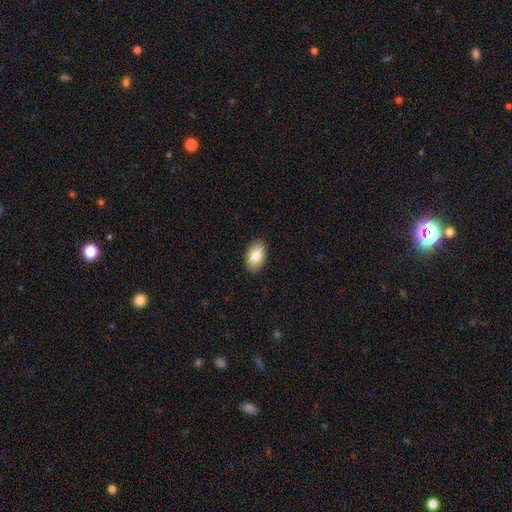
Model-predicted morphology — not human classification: The model was most divided on "smooth or featured": smooth: 81%, featured or disk: 12%, star or artifact: 7%. More confident: how rounded — in between (93%); merging — none (89%).